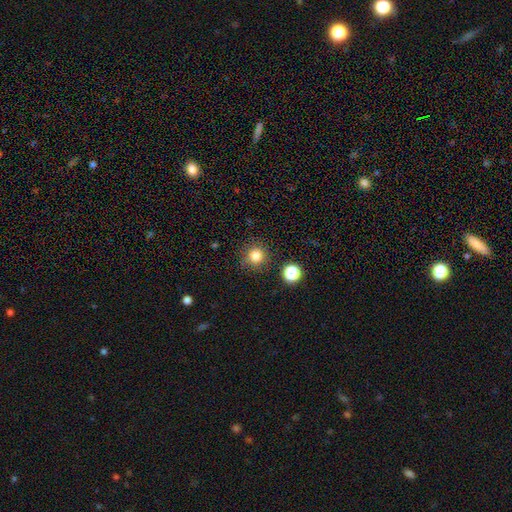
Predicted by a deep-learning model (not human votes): Smooth or featured?
  - smooth: 81% *
  - star or artifact: 14%
  - featured or disk: 5%
How rounded?
  - round: 94% *
  - in between: 5%
  - cigar-shaped: 1%
Merging?
  - none: 87% *
  - minor disturbance: 8%
  - major disturbance: 3%
  - merger: 3%